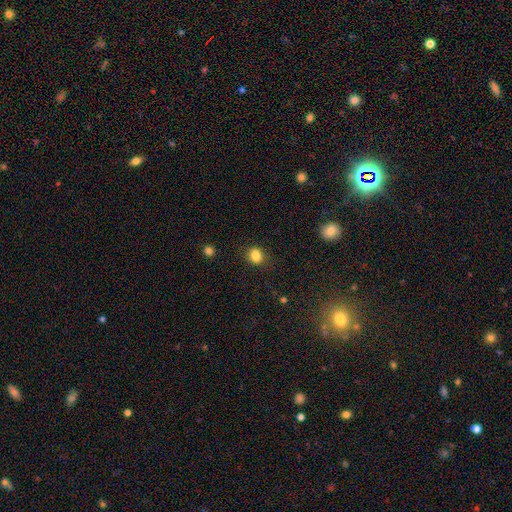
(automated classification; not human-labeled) Smooth or featured?
  - smooth: 84% *
  - star or artifact: 11%
  - featured or disk: 5%
How rounded?
  - round: 61% *
  - in between: 38%
  - cigar-shaped: 1%
Merging?
  - none: 82% *
  - minor disturbance: 13%
  - major disturbance: 4%
  - merger: 1%